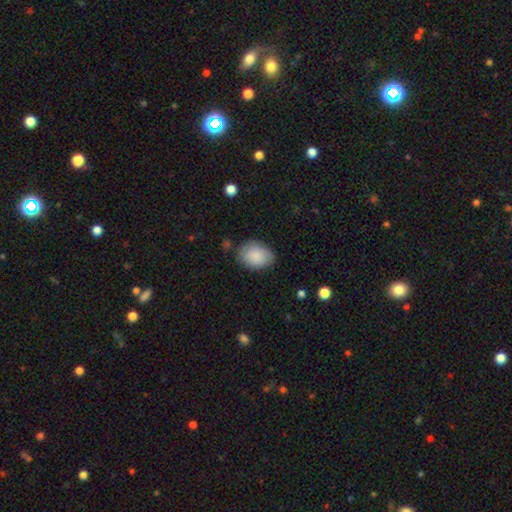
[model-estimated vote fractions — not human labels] This appears to be a smooth galaxy with no disk features (85%) that is in between round and cigar-shaped (69%). Merging: none (73%).